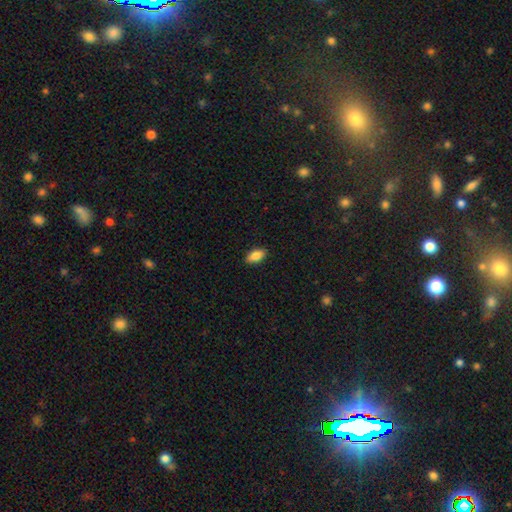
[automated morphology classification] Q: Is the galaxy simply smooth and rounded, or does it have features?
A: smooth — 87%.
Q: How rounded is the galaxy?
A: in between — 91%.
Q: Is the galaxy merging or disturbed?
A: none — 89%.